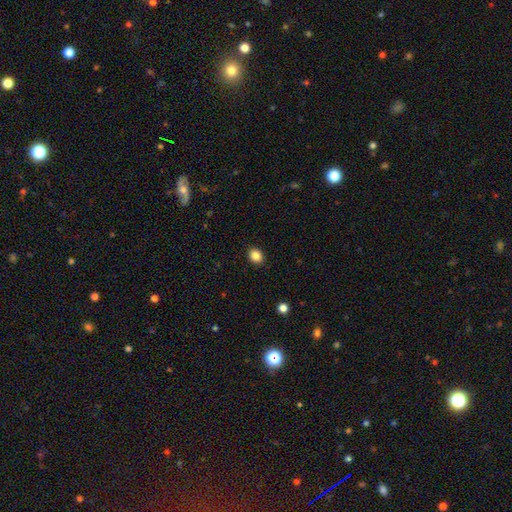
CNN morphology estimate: This appears to be a smooth galaxy with no disk features (86%) that is round (62%). Merging: none (91%).